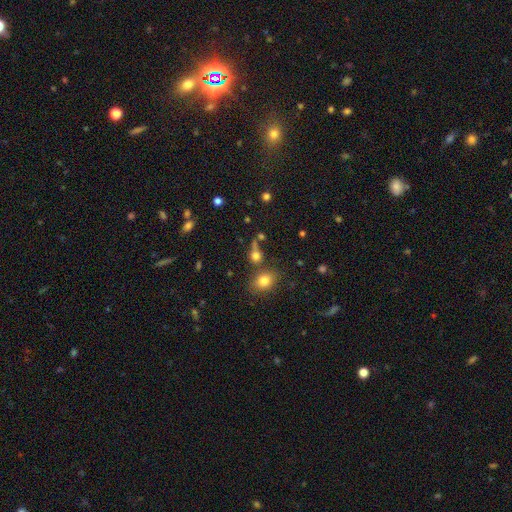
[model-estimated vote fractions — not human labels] This is likely a smooth galaxy (73%). How rounded: likely round (62%). Merging: possibly none (53%).